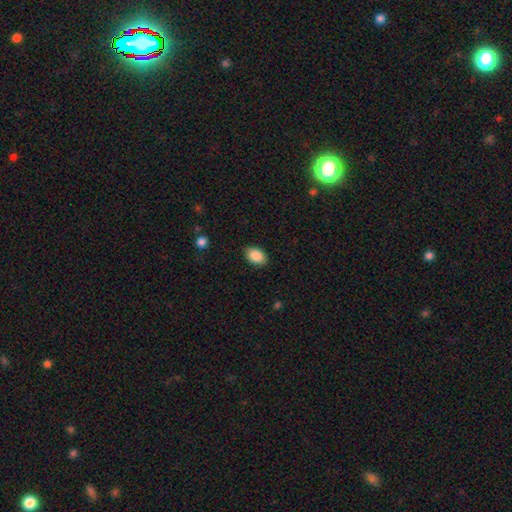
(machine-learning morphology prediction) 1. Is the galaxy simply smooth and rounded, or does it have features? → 88% smooth, 7% star or artifact, 4% featured or disk.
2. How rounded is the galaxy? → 88% in between, 11% round, 1% cigar-shaped.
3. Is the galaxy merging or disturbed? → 86% none, 10% minor disturbance, 2% major disturbance, 1% merger.